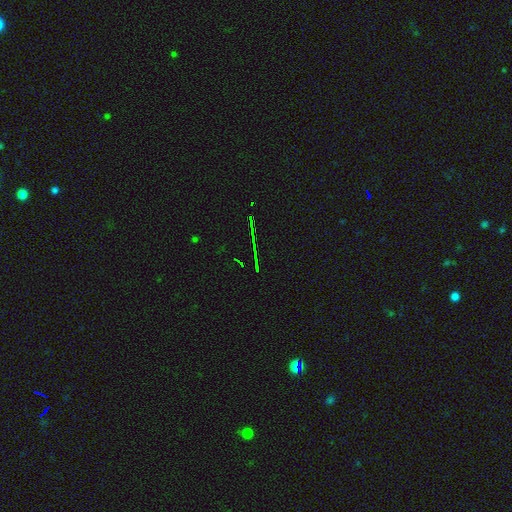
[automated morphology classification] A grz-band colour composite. It shows a star or artifact, not a galaxy (72%).